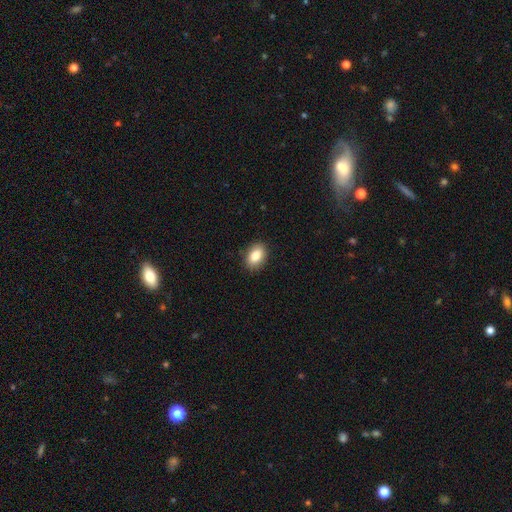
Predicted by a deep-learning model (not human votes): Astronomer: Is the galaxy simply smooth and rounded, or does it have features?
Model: smooth — 85%.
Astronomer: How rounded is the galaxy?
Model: in between — 84%.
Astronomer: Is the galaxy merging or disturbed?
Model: none — 89%.